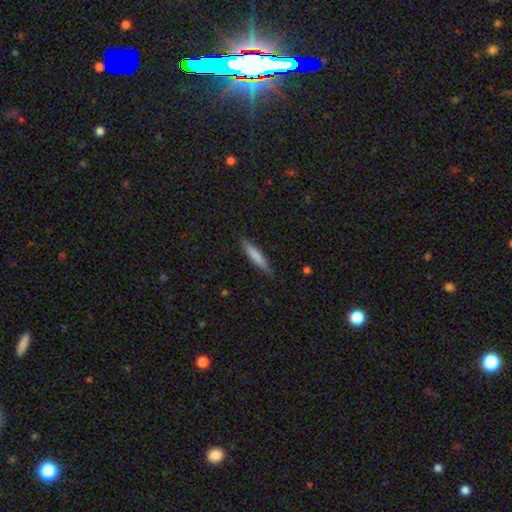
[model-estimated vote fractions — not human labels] A smooth galaxy with no disk features (80%) that is cigar-shaped (89%).

Vote fractions:
- Smooth or featured? smooth: 80% / featured or disk: 14% / star or artifact: 6%
- How rounded? cigar-shaped: 89% / in between: 10% / round: 1%
- Merging? none: 88% / minor disturbance: 9% / major disturbance: 2% / merger: 1%